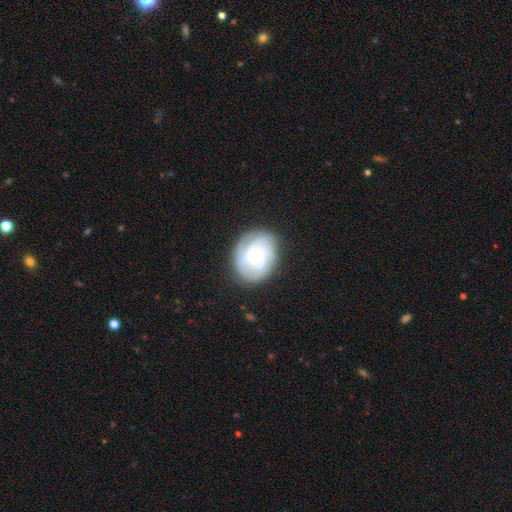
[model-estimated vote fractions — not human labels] Smooth or featured? featured or disk (69%)
Edge-on disk? no (97%)
Bar? no (73%)
Spiral arms? yes (91%)
Spiral winding? tight (62%)
Spiral arm count? can't tell (36%)
Bulge size? small (55%)
Merging? none (76%)